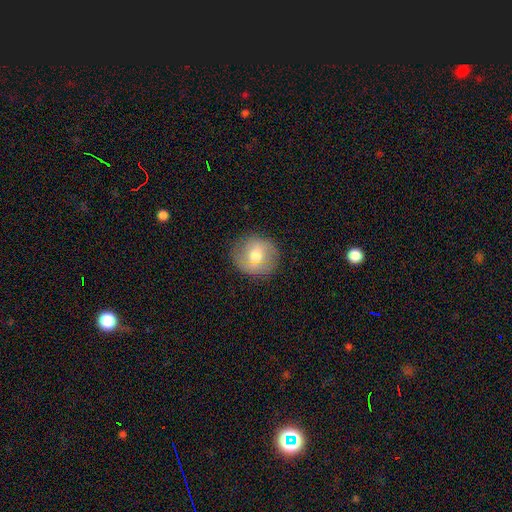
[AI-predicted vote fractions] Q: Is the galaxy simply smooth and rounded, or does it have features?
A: smooth — 57%.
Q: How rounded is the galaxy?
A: round — 86%.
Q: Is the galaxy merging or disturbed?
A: none — 81%.